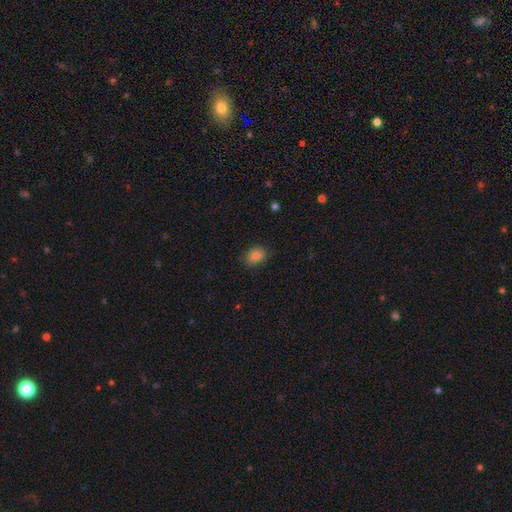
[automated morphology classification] Overall: smooth (83%). How rounded: in between (62%; round 36%). Merging: none (81%).